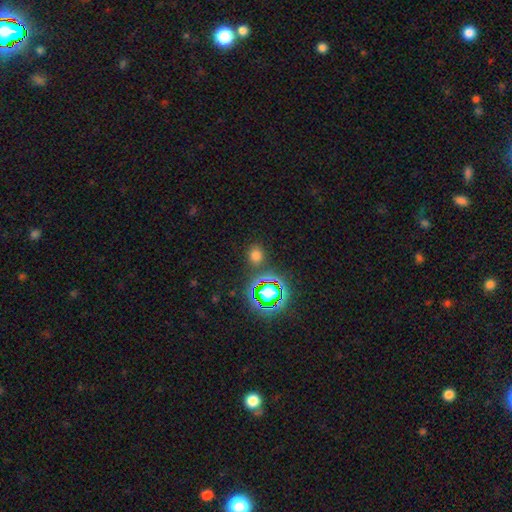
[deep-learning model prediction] smooth-or-featured: smooth: 66% | star or artifact: 29% | featured or disk: 6%
  how-rounded: round: 74% | in between: 25% | cigar-shaped: 1%
  merging: none: 82% | minor disturbance: 9% | merger: 5% | major disturbance: 3%